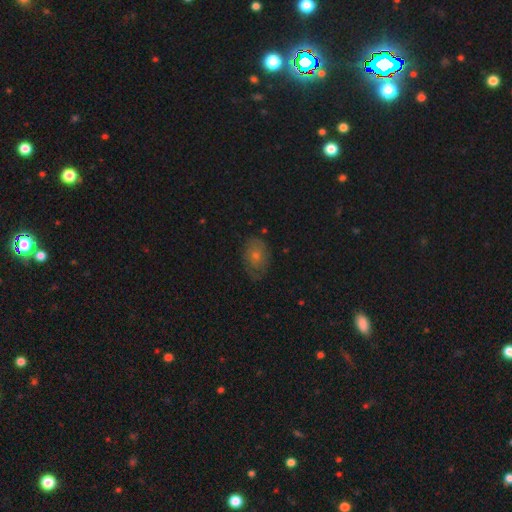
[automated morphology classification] A smooth galaxy with no disk features (54%) that is in between round and cigar-shaped (71%). Merging: none (72%).